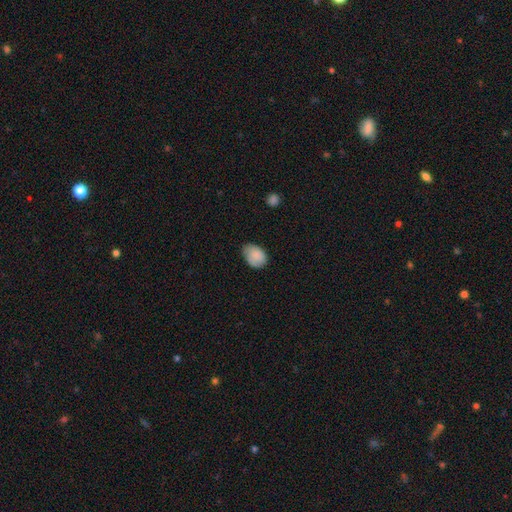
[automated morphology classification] type=smooth (84%); roundness=in between (77%); merging=none (60%).